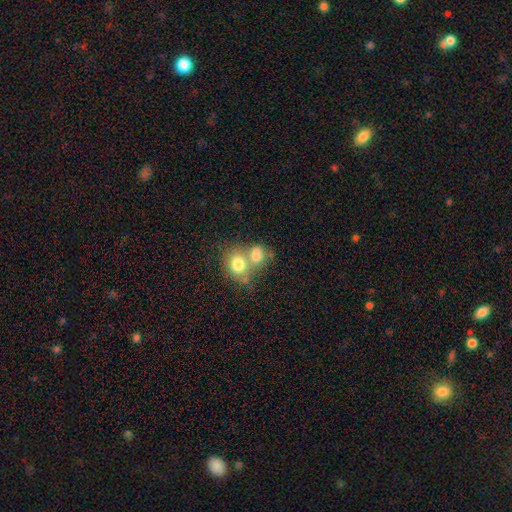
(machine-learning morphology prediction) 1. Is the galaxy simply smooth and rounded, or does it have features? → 74% smooth, 15% featured or disk, 10% star or artifact.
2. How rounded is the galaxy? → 58% round, 41% in between, 1% cigar-shaped.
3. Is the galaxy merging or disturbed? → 62% merger, 27% none, 7% minor disturbance, 4% major disturbance.